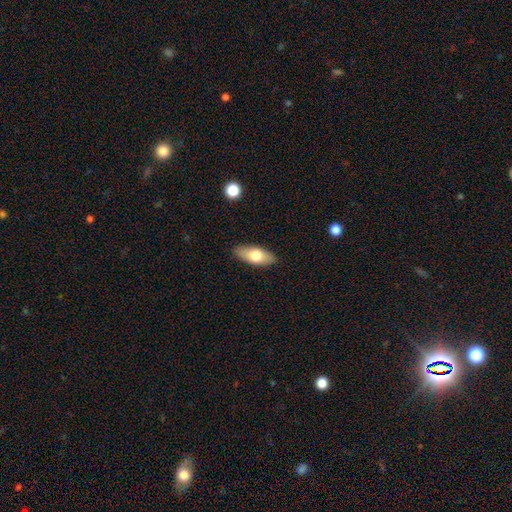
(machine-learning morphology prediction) Q: Smooth or featured?
A: smooth (71%); runner-up: featured or disk (23%)
Q: How rounded?
A: in between (82%); runner-up: cigar-shaped (15%)
Q: Merging?
A: none (88%); runner-up: minor disturbance (9%)